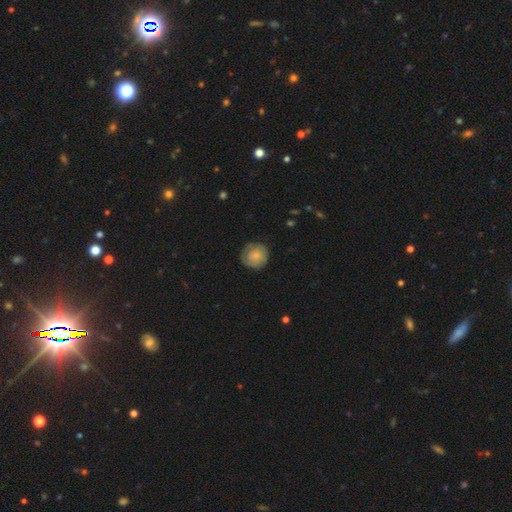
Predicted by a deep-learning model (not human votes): Q: Smooth or featured?
A: smooth (70%); runner-up: featured or disk (23%)
Q: How rounded?
A: round (88%); runner-up: in between (11%)
Q: Merging?
A: none (78%); runner-up: minor disturbance (17%)